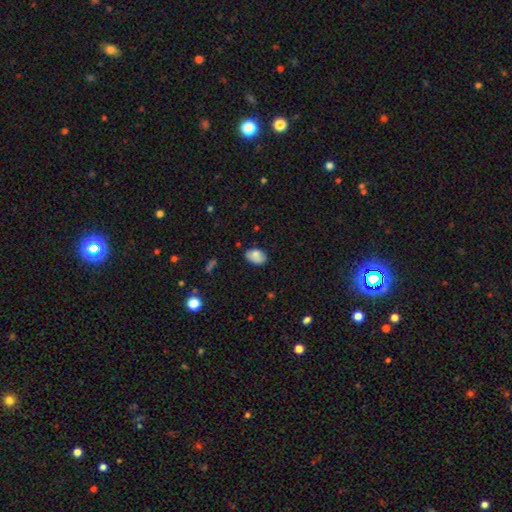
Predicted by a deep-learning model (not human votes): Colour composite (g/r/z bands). It shows a smooth galaxy with no disk features (82%) that is in between round and cigar-shaped (87%). Merging: none (75%).